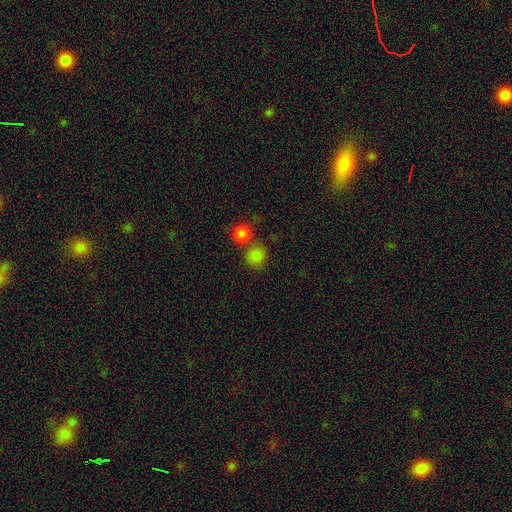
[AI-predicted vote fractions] smooth-or-featured: smooth: 81% | star or artifact: 13% | featured or disk: 5%
  how-rounded: round: 85% | in between: 14% | cigar-shaped: 1%
  merging: none: 54% | merger: 33% | minor disturbance: 9% | major disturbance: 4%